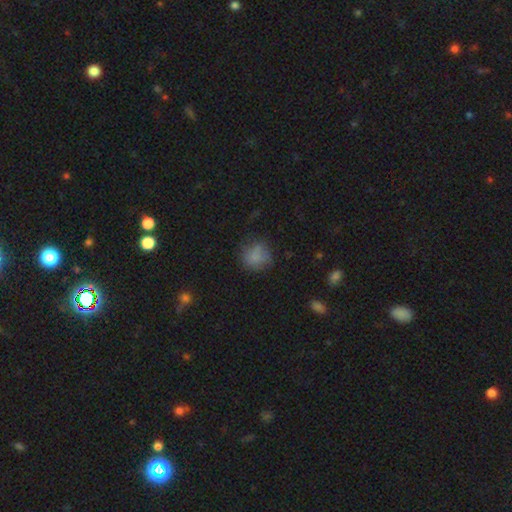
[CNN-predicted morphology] Overall: smooth (75%). How rounded: round (83%). Merging: none (62%; minor disturbance 22%).